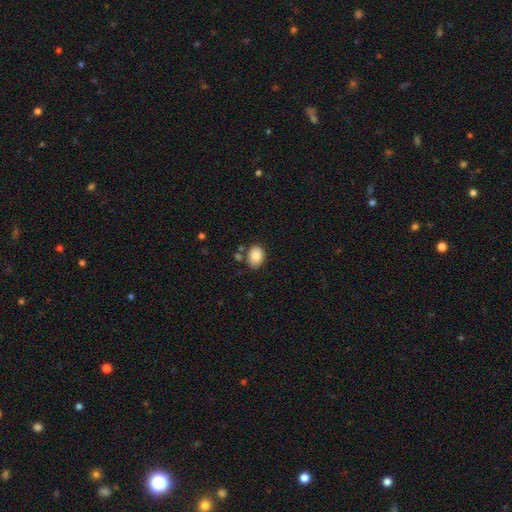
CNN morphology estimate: type=smooth (87%); roundness=in between (71%); merging=none (77%).